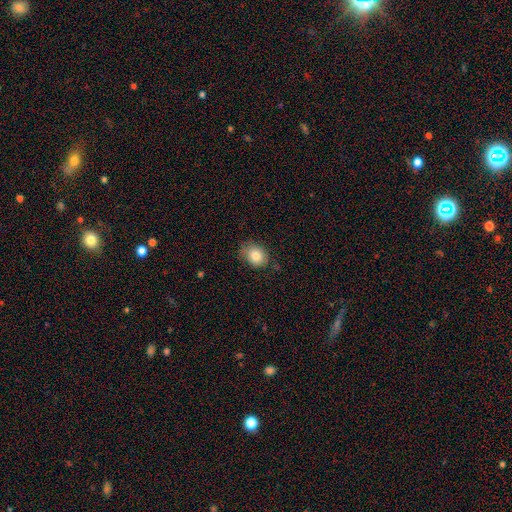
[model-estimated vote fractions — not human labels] Overall: smooth (81%). How rounded: in between (51%; round 48%). Merging: none (70%).